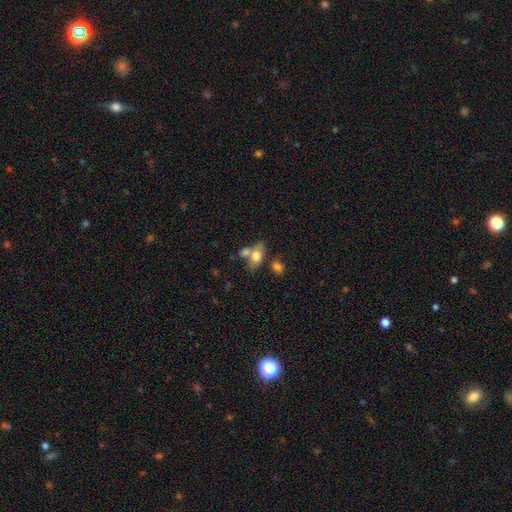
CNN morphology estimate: Smooth or featured?
  - smooth: 70% *
  - featured or disk: 21%
  - star or artifact: 9%
How rounded?
  - in between: 80% *
  - round: 15%
  - cigar-shaped: 5%
Merging?
  - merger: 45% *
  - none: 35%
  - minor disturbance: 13%
  - major disturbance: 7%